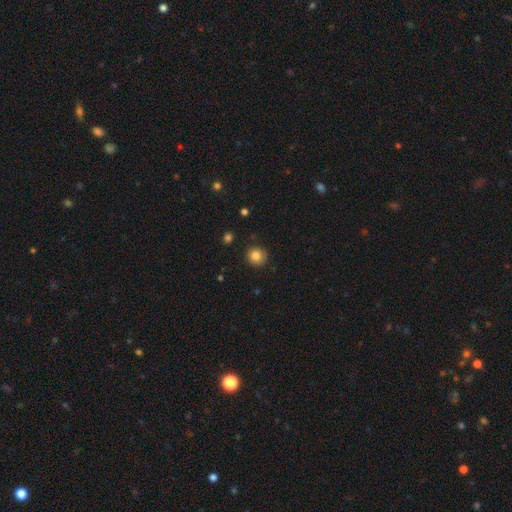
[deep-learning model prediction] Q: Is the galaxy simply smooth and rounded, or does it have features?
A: smooth — 84%.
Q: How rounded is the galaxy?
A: round — 90%.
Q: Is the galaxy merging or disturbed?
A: none — 87%.